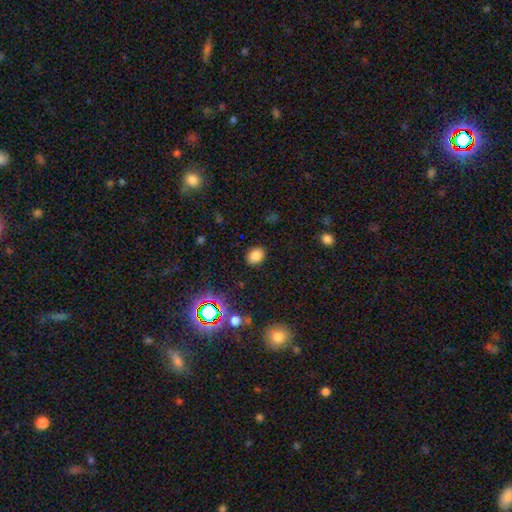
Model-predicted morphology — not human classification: Smooth or featured?
  - smooth: 81% *
  - star or artifact: 14%
  - featured or disk: 5%
How rounded?
  - in between: 61% *
  - round: 38%
  - cigar-shaped: 1%
Merging?
  - none: 87% *
  - minor disturbance: 9%
  - major disturbance: 3%
  - merger: 1%